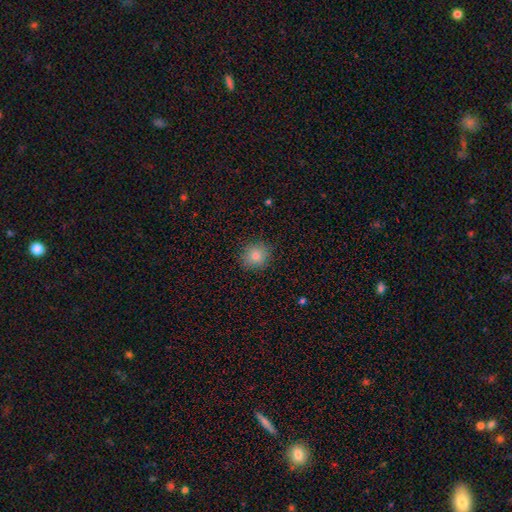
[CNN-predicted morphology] A smooth galaxy with no disk features (83%) that is round (80%). Merging: none (88%).